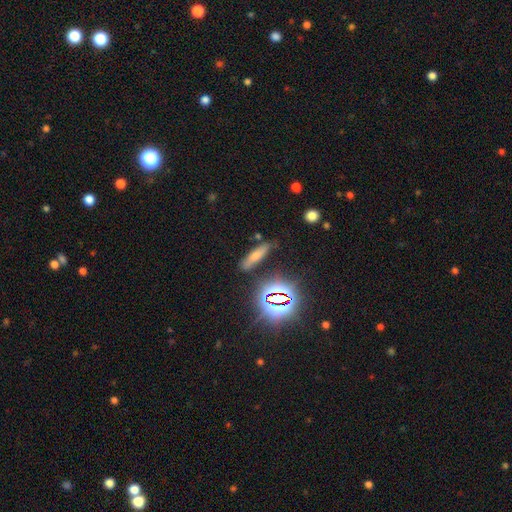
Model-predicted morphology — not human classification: This appears to be a smooth galaxy with no disk features (61%) that is cigar-shaped (69%). Merging: none (79%).